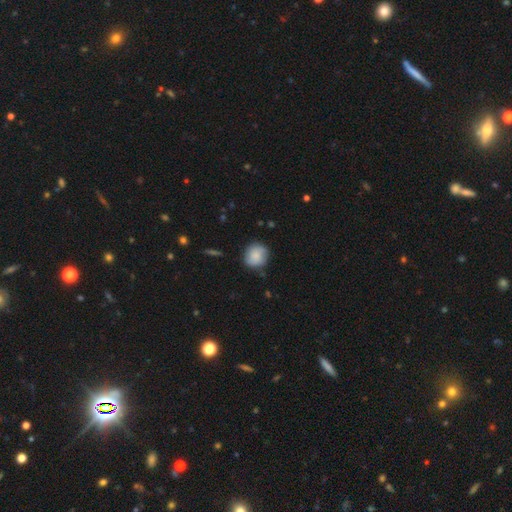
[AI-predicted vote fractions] Smooth or featured? Predicted: smooth (p=0.81). How rounded? Predicted: round (p=0.83). Merging? Predicted: none (p=0.77).